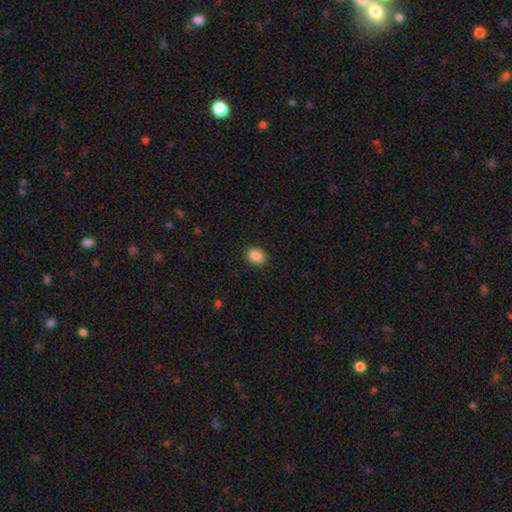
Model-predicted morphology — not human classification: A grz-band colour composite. It shows a smooth galaxy with no disk features (88%) that is in between round and cigar-shaped (57%). Merging: none (90%).